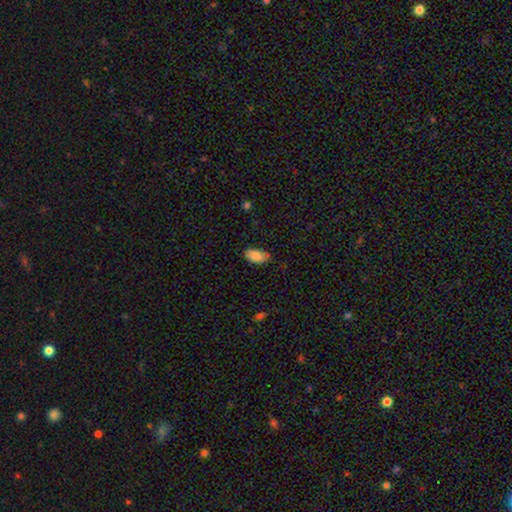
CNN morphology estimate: Smooth or featured?
  - smooth: 86% *
  - star or artifact: 7%
  - featured or disk: 7%
How rounded?
  - in between: 94% *
  - round: 4%
  - cigar-shaped: 3%
Merging?
  - none: 74% *
  - minor disturbance: 22%
  - major disturbance: 3%
  - merger: 1%